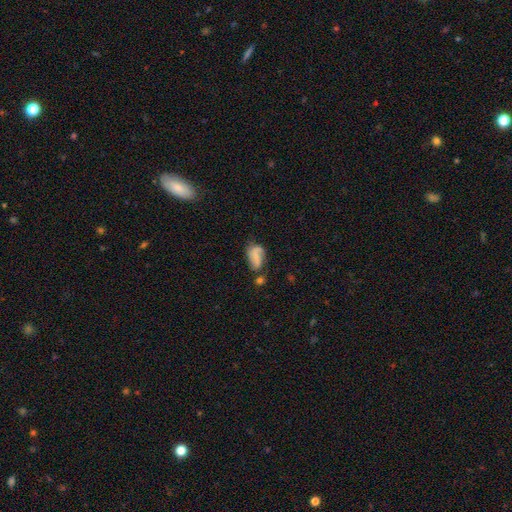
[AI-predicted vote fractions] This appears to be a smooth galaxy with no disk features (50%) that is in between round and cigar-shaped (89%). Merging: none (42%).